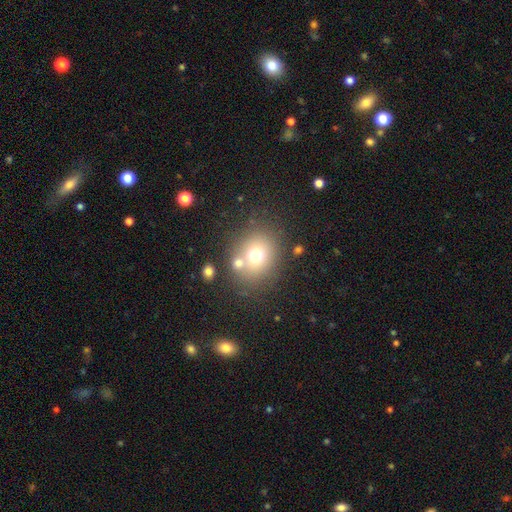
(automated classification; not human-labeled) Overall: smooth (69%). How rounded: round (67%; in between 32%). Merging: none (67%).